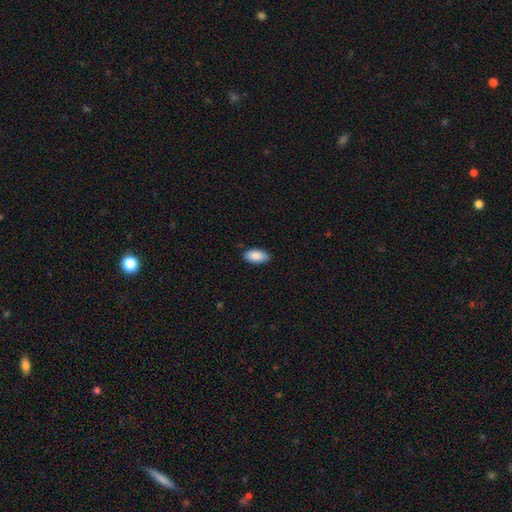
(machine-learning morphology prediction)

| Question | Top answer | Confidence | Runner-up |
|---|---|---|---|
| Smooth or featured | smooth | 89% | star or artifact (6%) |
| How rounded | in between | 94% | cigar-shaped (3%) |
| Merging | none | 85% | minor disturbance (12%) |